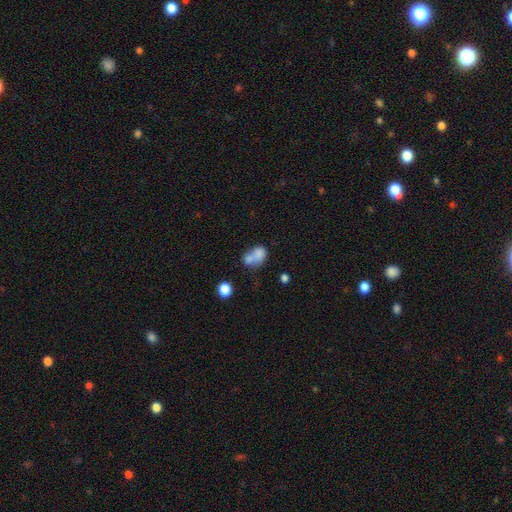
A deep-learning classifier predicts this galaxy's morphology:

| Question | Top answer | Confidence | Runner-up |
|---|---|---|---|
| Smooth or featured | smooth | 72% | featured or disk (17%) |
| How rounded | in between | 63% | round (36%) |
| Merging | merger | 60% | none (22%) |